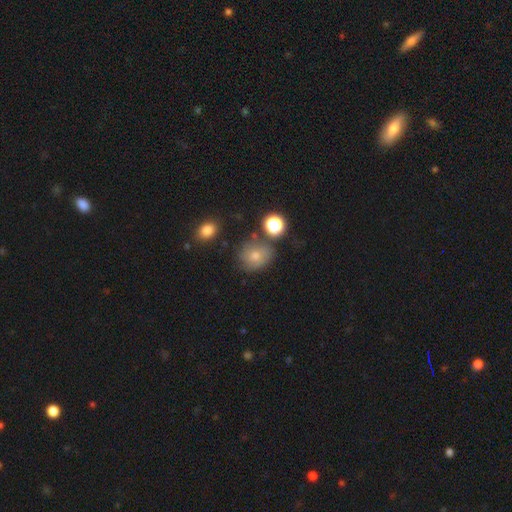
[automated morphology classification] Smooth or featured? smooth (62%)
How rounded? round (71%)
Merging? none (63%)